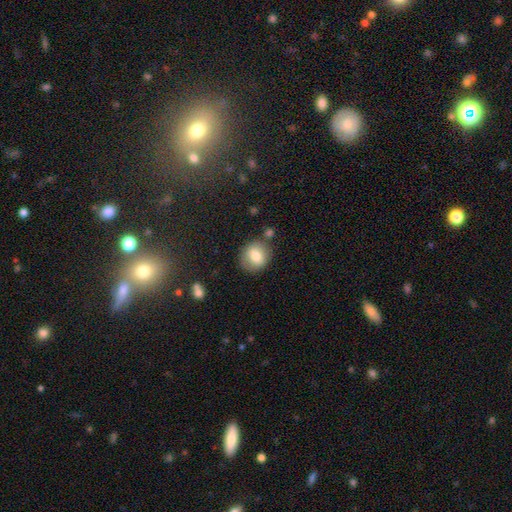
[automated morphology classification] A smooth galaxy with no disk features (77%) that is round (78%). Merging: none (77%).